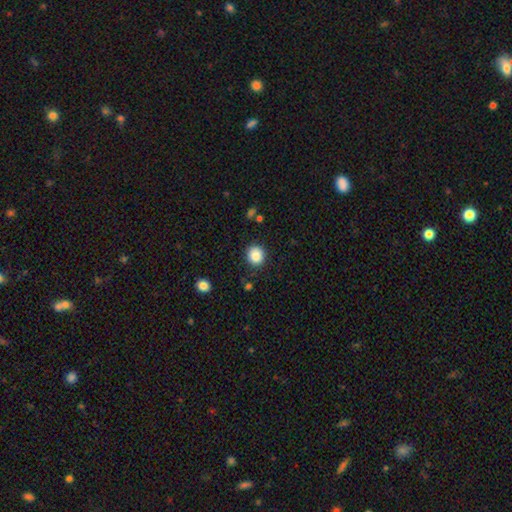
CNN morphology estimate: Q: Smooth or featured?
A: smooth (87%); runner-up: star or artifact (10%)
Q: How rounded?
A: round (85%); runner-up: in between (14%)
Q: Merging?
A: none (87%); runner-up: minor disturbance (8%)